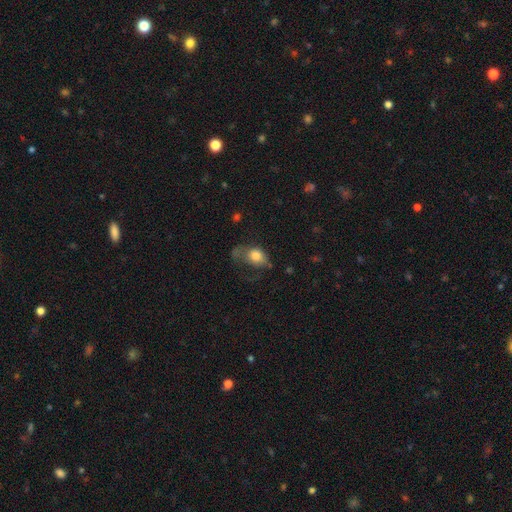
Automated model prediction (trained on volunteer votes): Smooth or featured? smooth (74%)
How rounded? in between (65%)
Merging? major disturbance (43%)